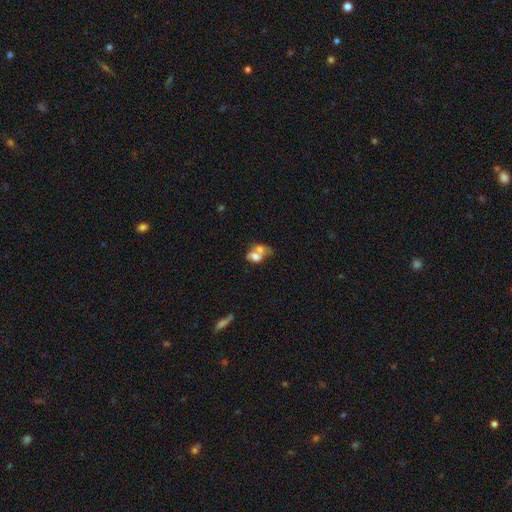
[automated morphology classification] The model was most divided on "smooth or featured": smooth: 59%, featured or disk: 30%, star or artifact: 11%. More confident: how rounded — in between (75%); merging — merger (68%).